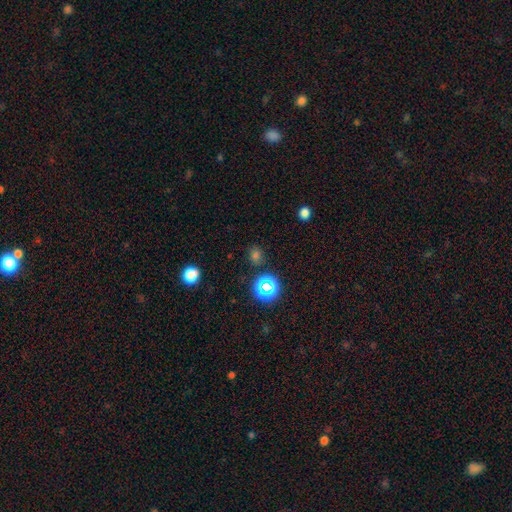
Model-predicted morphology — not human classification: smooth_or_featured: smooth (p=0.64) [alt: star or artifact p=0.31]
how_rounded: round (p=0.79) [alt: in between p=0.19]
merging: none (p=0.85) [alt: minor disturbance p=0.09]